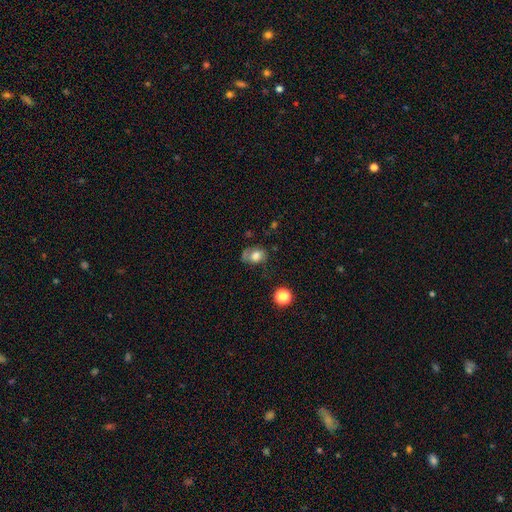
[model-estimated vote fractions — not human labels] This appears to be a smooth galaxy with no disk features (68%) that is in between round and cigar-shaped (66%). Merging: none (46%).